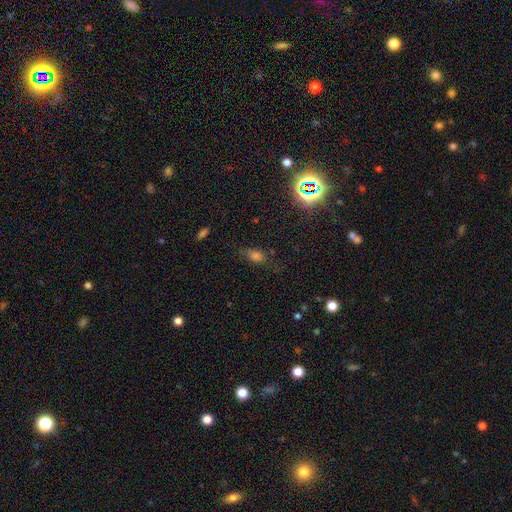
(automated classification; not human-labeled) Smooth or featured?
  - smooth: 56% *
  - star or artifact: 28%
  - featured or disk: 15%
How rounded?
  - in between: 73% *
  - round: 16%
  - cigar-shaped: 11%
Merging?
  - none: 64% *
  - minor disturbance: 23%
  - major disturbance: 11%
  - merger: 2%